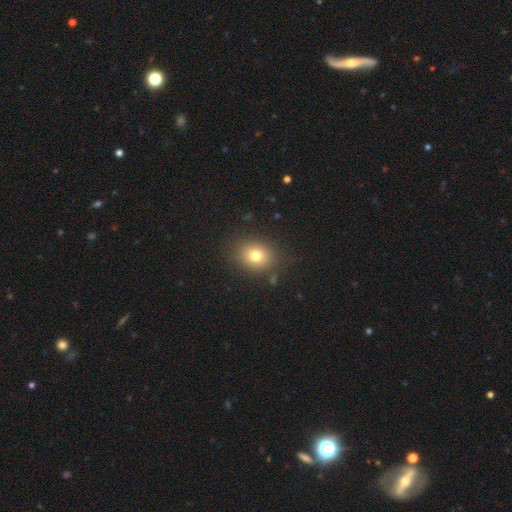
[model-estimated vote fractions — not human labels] A smooth galaxy with no disk features (77%) that is round (60%).

Vote fractions:
- Smooth or featured? smooth: 77% / star or artifact: 13% / featured or disk: 10%
- How rounded? round: 60% / in between: 39% / cigar-shaped: 1%
- Merging? none: 84% / minor disturbance: 10% / major disturbance: 4% / merger: 2%